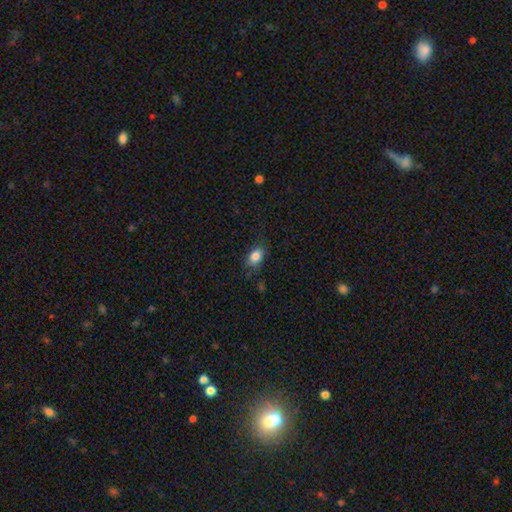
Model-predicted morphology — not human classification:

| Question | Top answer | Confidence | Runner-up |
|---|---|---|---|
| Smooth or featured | smooth | 84% | star or artifact (9%) |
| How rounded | in between | 80% | round (19%) |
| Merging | none | 80% | minor disturbance (15%) |